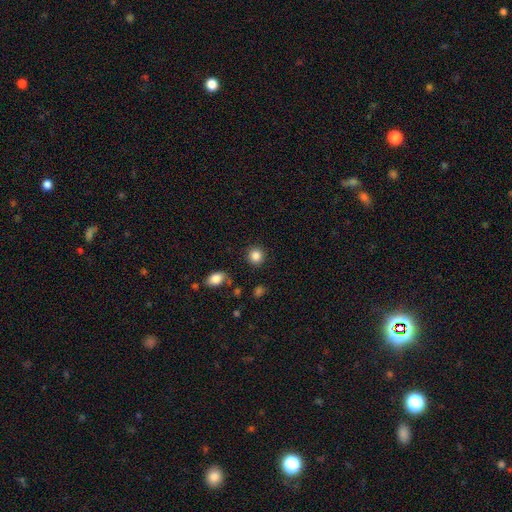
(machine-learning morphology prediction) Q: Smooth or featured?
A: smooth (86%); runner-up: star or artifact (10%)
Q: How rounded?
A: round (89%); runner-up: in between (10%)
Q: Merging?
A: none (89%); runner-up: minor disturbance (6%)